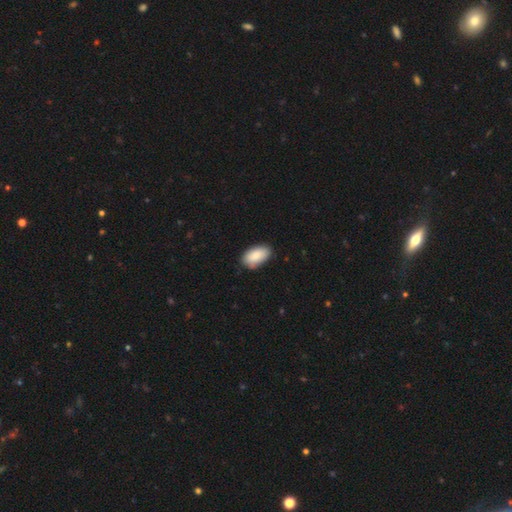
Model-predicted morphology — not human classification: This is clearly a smooth galaxy (87%). How rounded: clearly in between (95%). Merging: clearly none (80%).